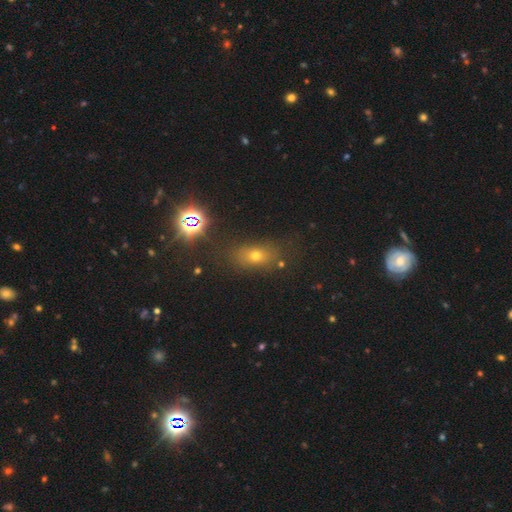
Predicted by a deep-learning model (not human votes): Smooth or featured? smooth (58%)
How rounded? in between (66%)
Merging? none (77%)